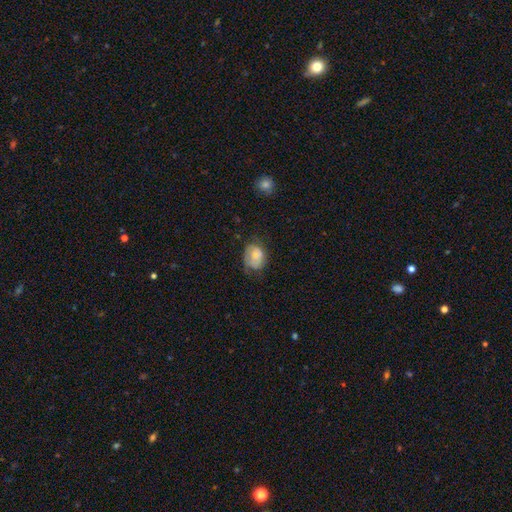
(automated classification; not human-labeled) The model was most divided on "merging": none: 49%, minor disturbance: 33%, major disturbance: 16%, merger: 2%. More confident: smooth or featured — smooth (71%); how rounded — in between (64%).